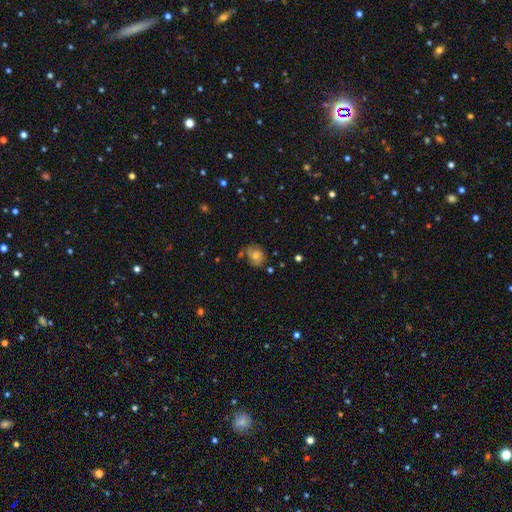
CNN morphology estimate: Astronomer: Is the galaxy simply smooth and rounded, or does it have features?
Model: smooth — 58%.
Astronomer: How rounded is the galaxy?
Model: round — 57% (runner-up: in between, 42%).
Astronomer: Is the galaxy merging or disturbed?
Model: none — 62%.